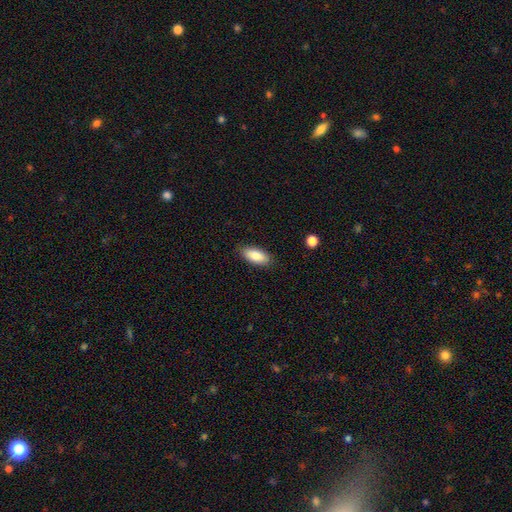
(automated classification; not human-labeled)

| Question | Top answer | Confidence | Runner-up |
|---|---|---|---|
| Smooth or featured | smooth | 86% | featured or disk (8%) |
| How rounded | in between | 86% | cigar-shaped (13%) |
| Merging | none | 86% | minor disturbance (10%) |